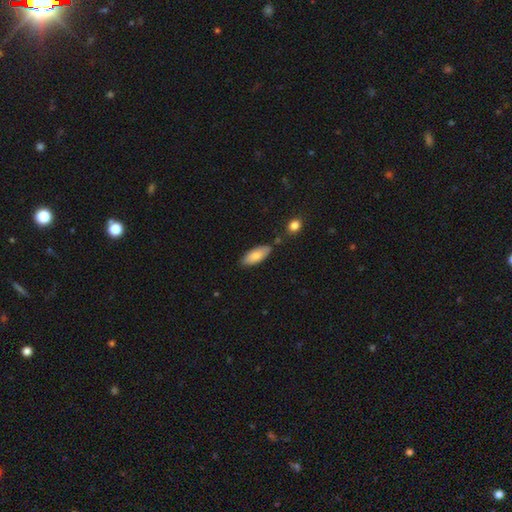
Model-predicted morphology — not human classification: This is clearly a smooth galaxy (80%). How rounded: clearly in between (84%). Merging: likely none (75%).